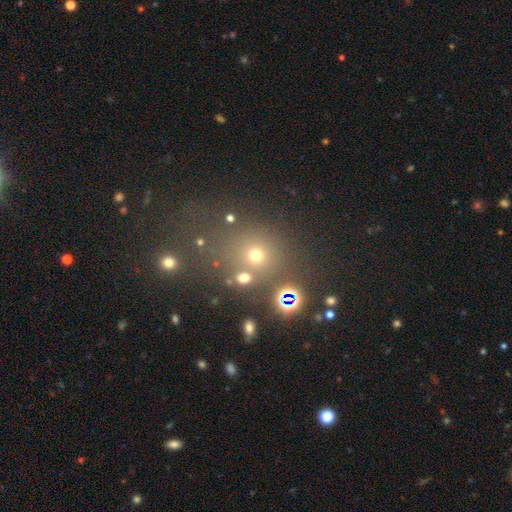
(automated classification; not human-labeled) smooth_or_featured: smooth (p=0.47) [alt: star or artifact p=0.43]
merging: none (p=0.67) [alt: merger p=0.14]